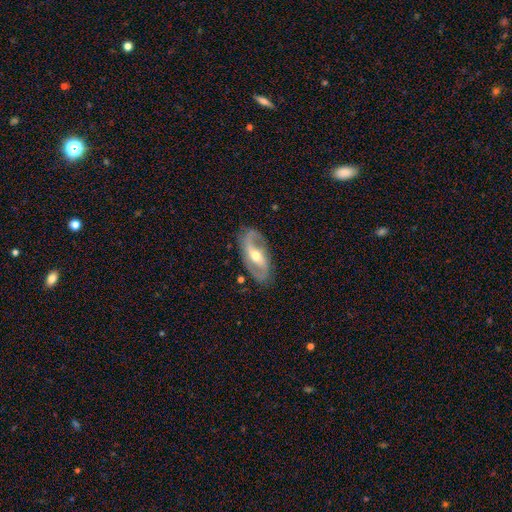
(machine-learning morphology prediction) Q: Smooth or featured?
A: featured or disk (88%); runner-up: smooth (7%)
Q: Edge-on disk?
A: no (95%); runner-up: yes (5%)
Q: Bar?
A: strong (37%); runner-up: weak (36%)
Q: Spiral arms?
A: yes (95%); runner-up: no (5%)
Q: Spiral winding?
A: medium (46%); runner-up: loose (34%)
Q: Spiral arm count?
A: 2 (91%); runner-up: can't tell (3%)
Q: Bulge size?
A: moderate (62%); runner-up: small (34%)
Q: Merging?
A: none (81%); runner-up: minor disturbance (13%)